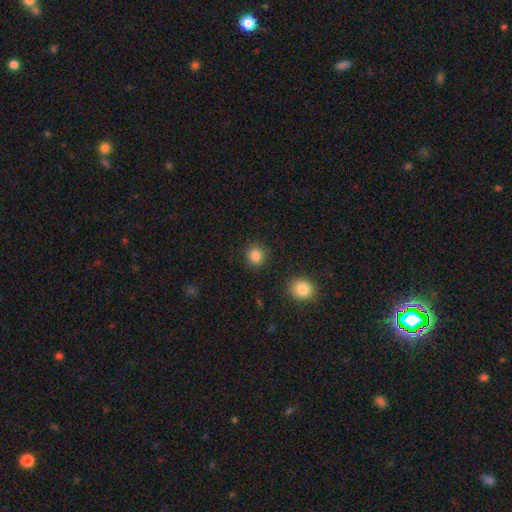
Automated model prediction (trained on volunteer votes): The model was most divided on "smooth or featured": smooth: 85%, star or artifact: 11%, featured or disk: 4%. More confident: how rounded — round (92%); merging — none (90%).